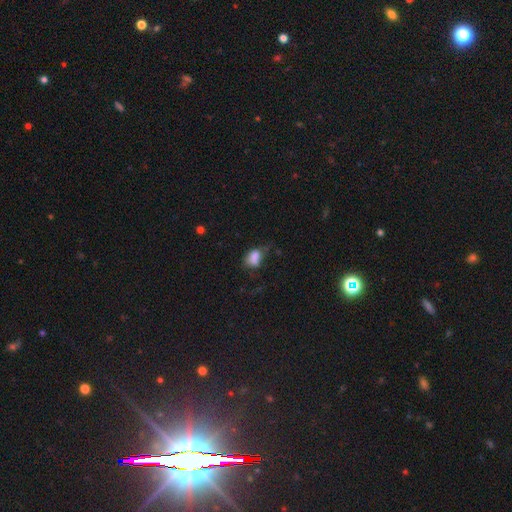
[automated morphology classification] This appears to be a smooth galaxy with no disk features (78%) that is in between round and cigar-shaped (81%). Merging: minor disturbance (34%).